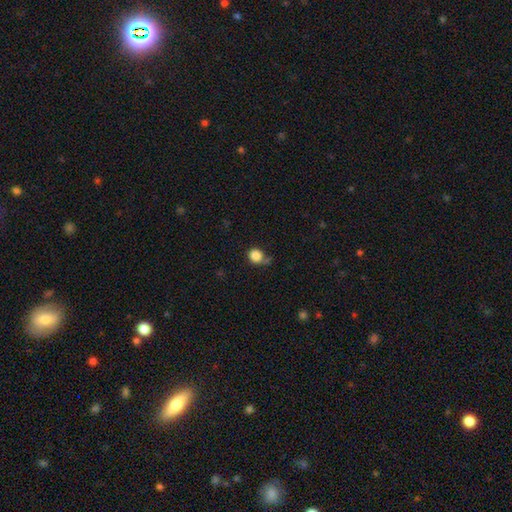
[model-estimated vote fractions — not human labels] smooth_or_featured: smooth (p=0.85) [alt: star or artifact p=0.10]
how_rounded: round (p=0.84) [alt: in between p=0.15]
merging: none (p=0.60) [alt: minor disturbance p=0.23]